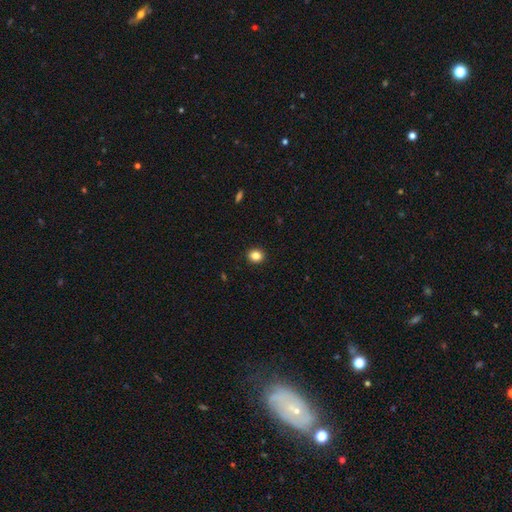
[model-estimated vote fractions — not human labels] Smooth or featured: smooth — 85% (star or artifact — 11%)
How rounded: round — 75% (in between — 24%)
Merging: none — 92% (minor disturbance — 5%)